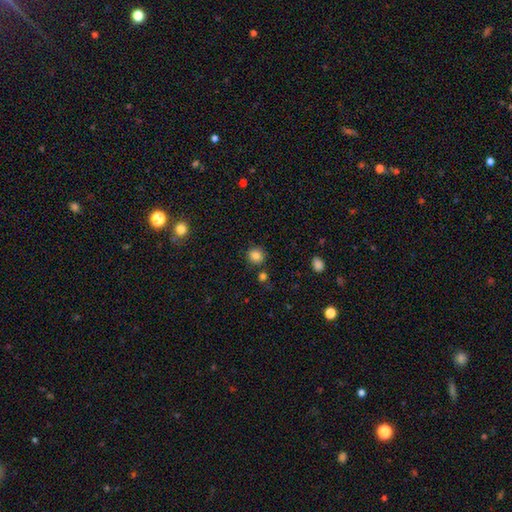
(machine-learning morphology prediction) Smooth or featured? Predicted: smooth (p=0.83). How rounded? Predicted: round (p=0.89). Merging? Predicted: none (p=0.84).